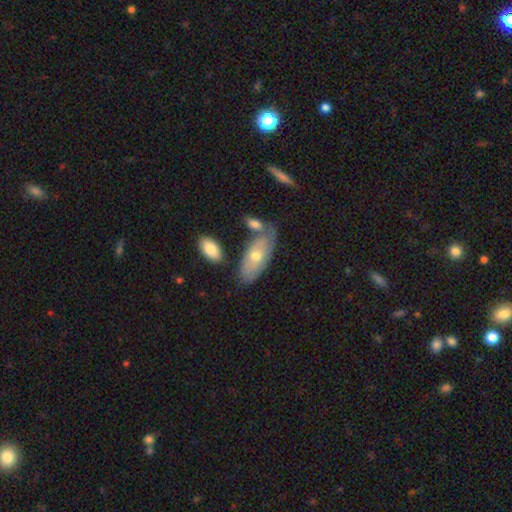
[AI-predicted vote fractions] smooth 52%, featured or disk 41%, star or artifact 7%. Down the decision tree: how rounded — in between (85%); merging — none (57%).